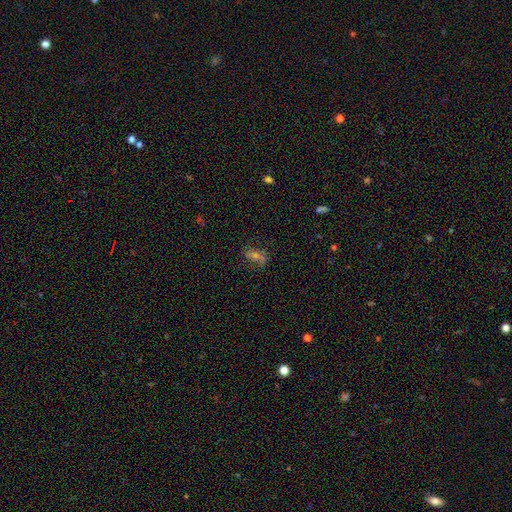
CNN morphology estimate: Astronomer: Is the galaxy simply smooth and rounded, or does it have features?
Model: featured or disk — 45% (runner-up: smooth, 29%).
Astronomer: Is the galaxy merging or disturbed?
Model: none — 66%.